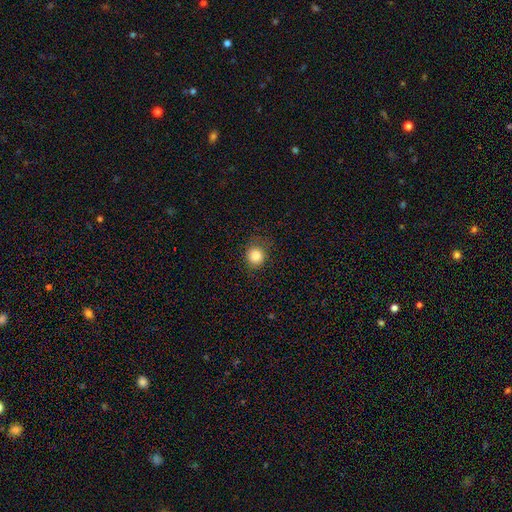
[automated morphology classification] A smooth galaxy with no disk features (83%) that is round (86%). Merging: none (84%).